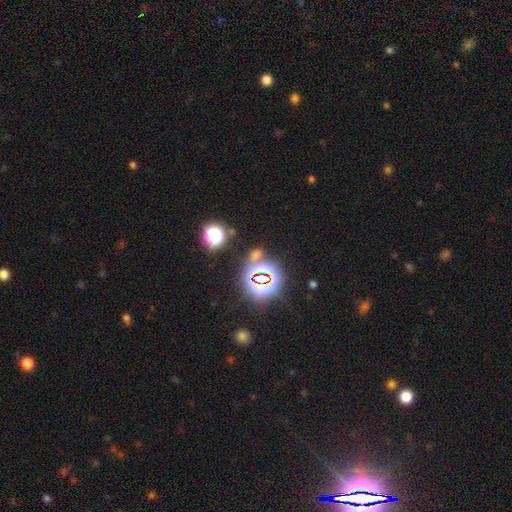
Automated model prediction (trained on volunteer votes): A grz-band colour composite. It shows a star or artifact, not a galaxy (64%).